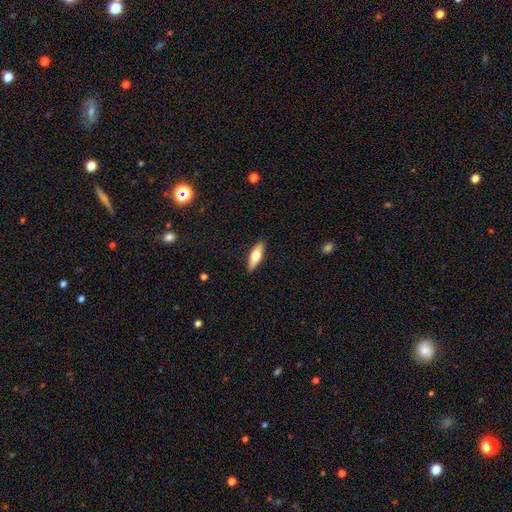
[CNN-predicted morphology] type=smooth (58%); roundness=cigar-shaped (49%); merging=none (89%).